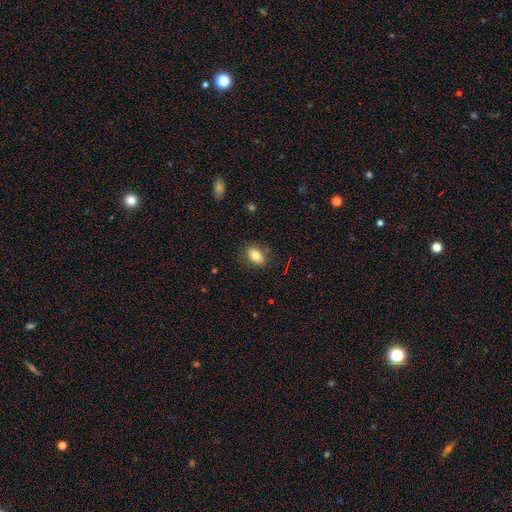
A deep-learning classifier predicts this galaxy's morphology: Q: Smooth or featured?
A: smooth (79%); runner-up: featured or disk (12%)
Q: How rounded?
A: in between (81%); runner-up: round (16%)
Q: Merging?
A: none (82%); runner-up: minor disturbance (13%)